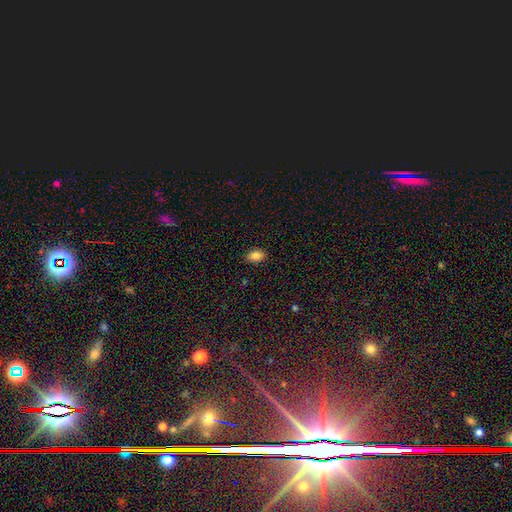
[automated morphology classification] smooth 85%, star or artifact 9%, featured or disk 5%. Down the decision tree: how rounded — in between (82%); merging — none (88%).